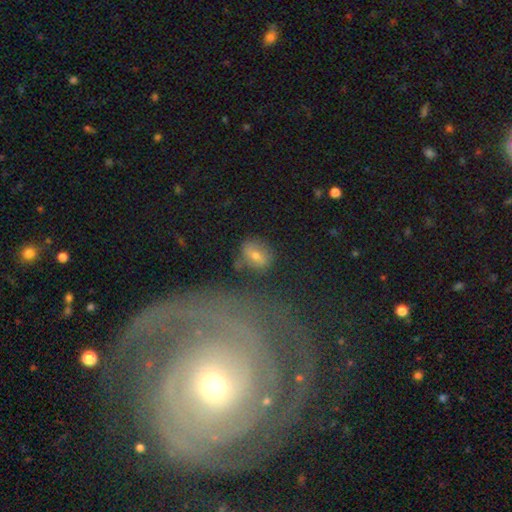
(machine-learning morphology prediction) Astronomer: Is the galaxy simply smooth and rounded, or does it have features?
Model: smooth — 60%.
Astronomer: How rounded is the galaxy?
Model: in between — 62%.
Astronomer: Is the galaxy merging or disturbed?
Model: none — 68%.